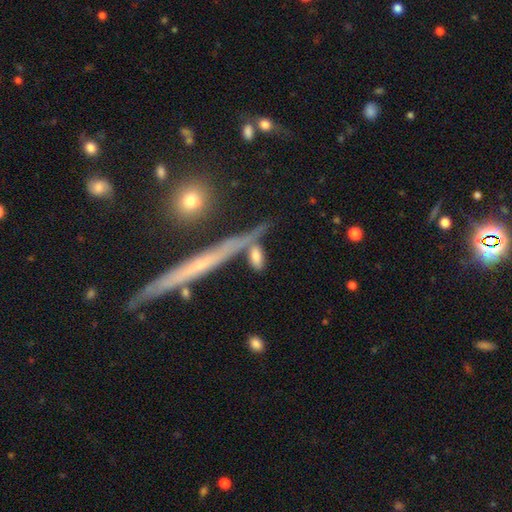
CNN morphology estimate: This appears to be a smooth galaxy with no disk features (73%) that is in between round and cigar-shaped (62%). Merging: none (52%).